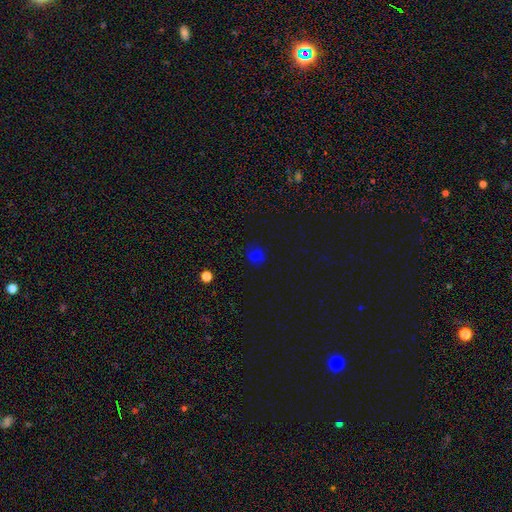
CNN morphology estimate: smooth-or-featured: smooth: 68% | star or artifact: 27% | featured or disk: 5%
  how-rounded: round: 83% | in between: 16% | cigar-shaped: 1%
  merging: none: 82% | minor disturbance: 13% | major disturbance: 4% | merger: 2%